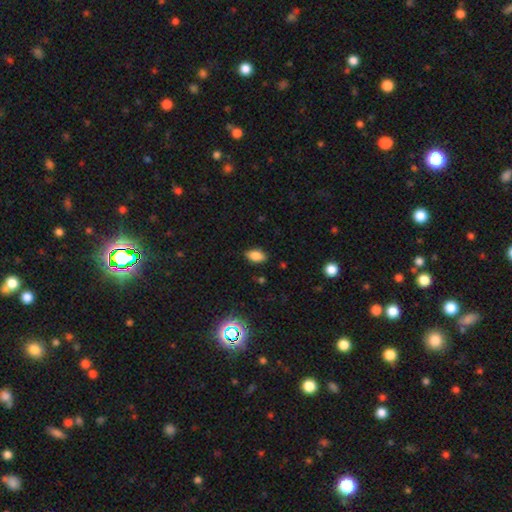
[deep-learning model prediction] Q: Smooth or featured?
A: smooth (83%); runner-up: star or artifact (11%)
Q: How rounded?
A: in between (91%); runner-up: round (6%)
Q: Merging?
A: none (86%); runner-up: minor disturbance (11%)